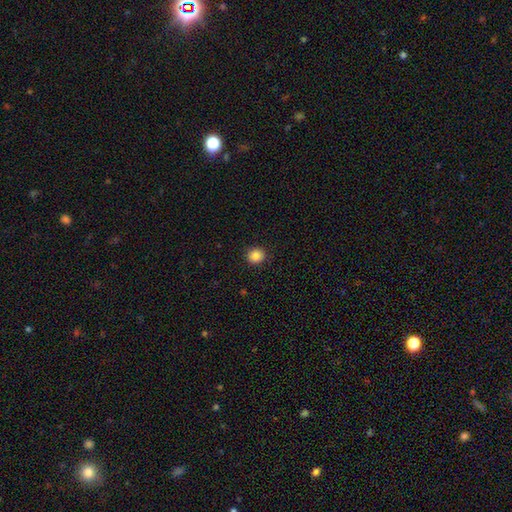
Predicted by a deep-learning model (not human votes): Overall: smooth (85%). How rounded: round (87%). Merging: none (91%).